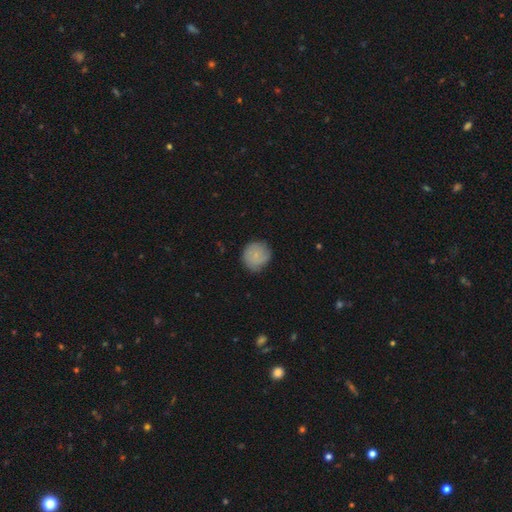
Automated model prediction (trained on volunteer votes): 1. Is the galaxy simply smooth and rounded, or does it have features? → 78% smooth, 14% featured or disk, 7% star or artifact.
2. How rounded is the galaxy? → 87% round, 12% in between, 1% cigar-shaped.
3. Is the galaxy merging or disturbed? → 77% none, 19% minor disturbance, 4% major disturbance, 1% merger.